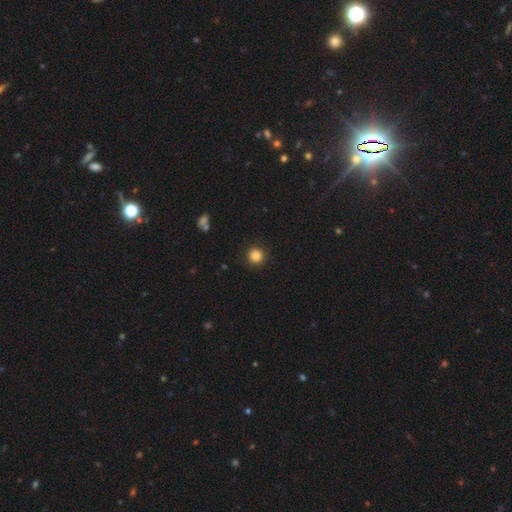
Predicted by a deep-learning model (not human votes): smooth 85%, star or artifact 11%, featured or disk 4%. Down the decision tree: how rounded — round (95%); merging — none (90%).